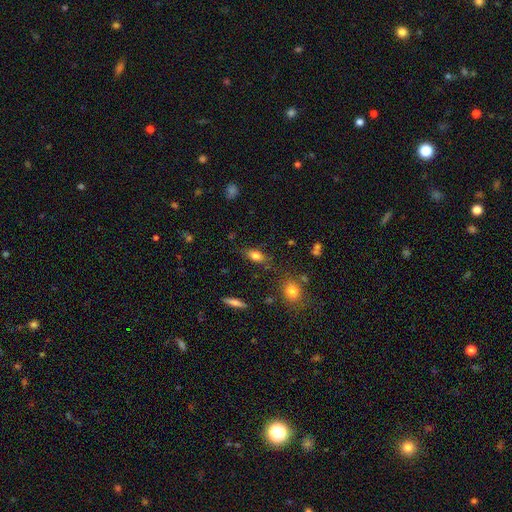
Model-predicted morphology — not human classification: smooth-or-featured: smooth: 77% | featured or disk: 13% | star or artifact: 10%
  how-rounded: in between: 79% | cigar-shaped: 12% | round: 9%
  merging: none: 75% | minor disturbance: 16% | major disturbance: 5% | merger: 4%